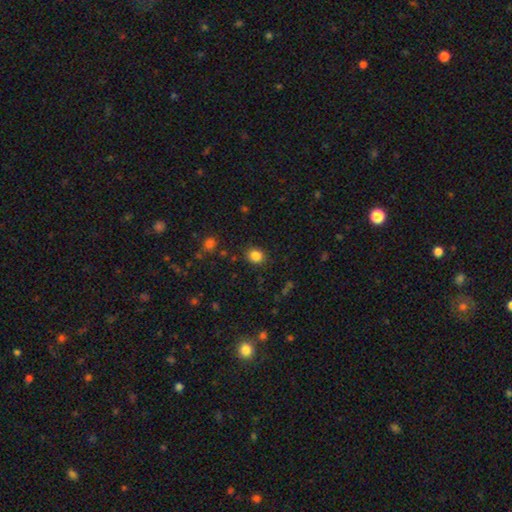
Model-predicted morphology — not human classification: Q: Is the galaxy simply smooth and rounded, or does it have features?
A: smooth — 85%.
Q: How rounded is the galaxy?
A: round — 71%.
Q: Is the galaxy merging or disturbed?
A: none — 87%.